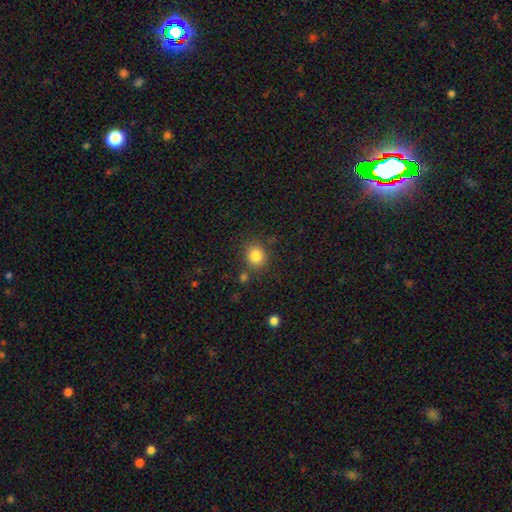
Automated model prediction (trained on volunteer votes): smooth_or_featured: smooth (p=0.83) [alt: star or artifact p=0.11]
how_rounded: round (p=0.75) [alt: in between p=0.24]
merging: none (p=0.80) [alt: minor disturbance p=0.11]